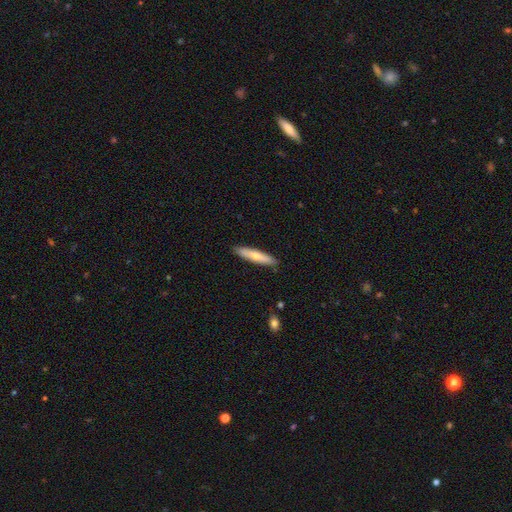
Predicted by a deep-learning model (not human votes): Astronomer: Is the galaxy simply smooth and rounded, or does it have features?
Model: smooth — 55% (runner-up: featured or disk, 39%).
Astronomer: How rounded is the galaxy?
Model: cigar-shaped — 89%.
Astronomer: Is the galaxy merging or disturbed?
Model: none — 90%.